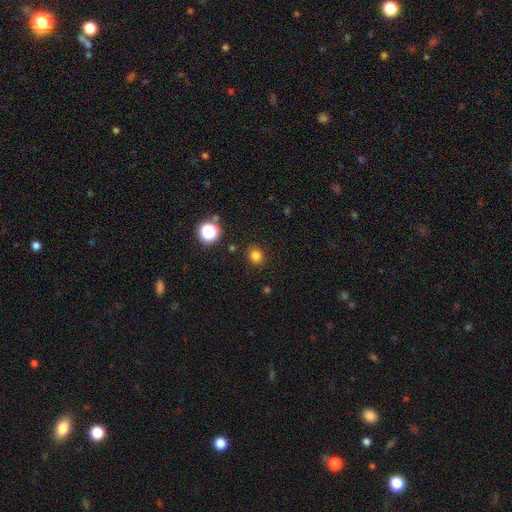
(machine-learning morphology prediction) smooth_or_featured: smooth (p=0.80) [alt: star or artifact p=0.15]
how_rounded: round (p=0.83) [alt: in between p=0.16]
merging: none (p=0.89) [alt: minor disturbance p=0.07]